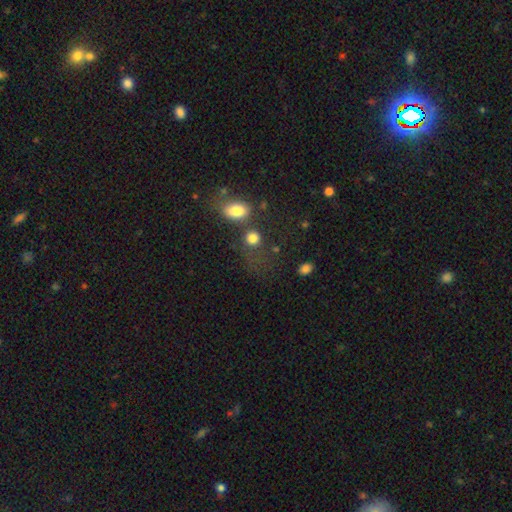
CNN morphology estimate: The model was most divided on "merging": merger: 40%, none: 34%, major disturbance: 15%, minor disturbance: 12%. Remaining: smooth or featured — smooth (47%).